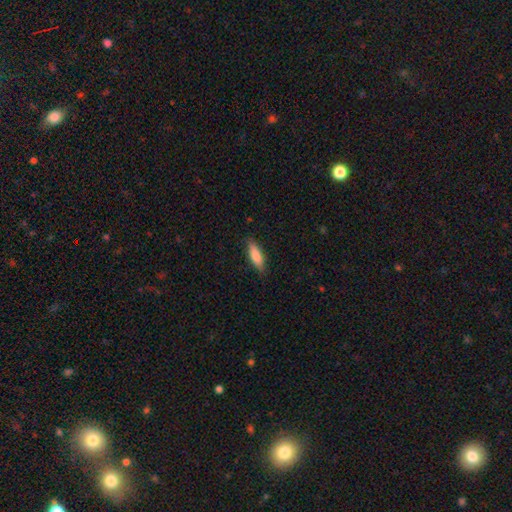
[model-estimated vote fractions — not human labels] smooth_or_featured: smooth (p=0.80) [alt: featured or disk p=0.14]
how_rounded: cigar-shaped (p=0.50) [alt: in between p=0.48]
merging: none (p=0.86) [alt: minor disturbance p=0.11]